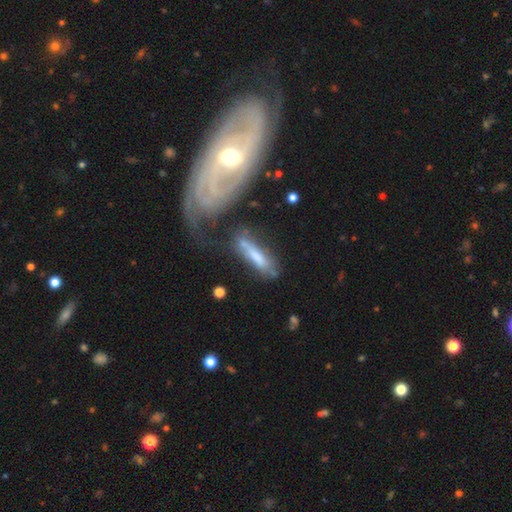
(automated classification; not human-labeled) This is possibly a smooth galaxy (52%). How rounded: likely cigar-shaped (72%). Merging: marginally none (42%).